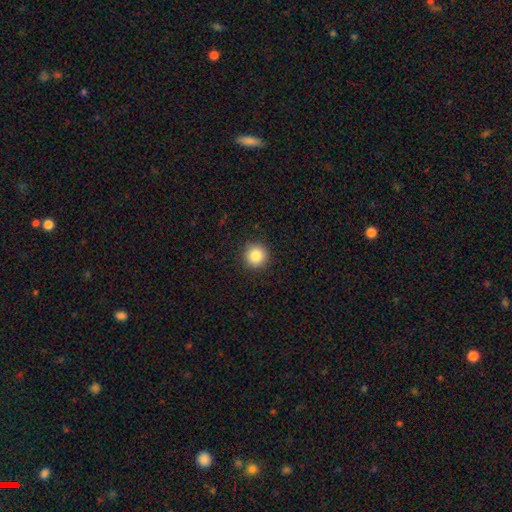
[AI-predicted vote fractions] Smooth or featured?
  - smooth: 85% *
  - star or artifact: 10%
  - featured or disk: 5%
How rounded?
  - round: 95% *
  - in between: 4%
  - cigar-shaped: 1%
Merging?
  - none: 92% *
  - minor disturbance: 6%
  - major disturbance: 2%
  - merger: 1%